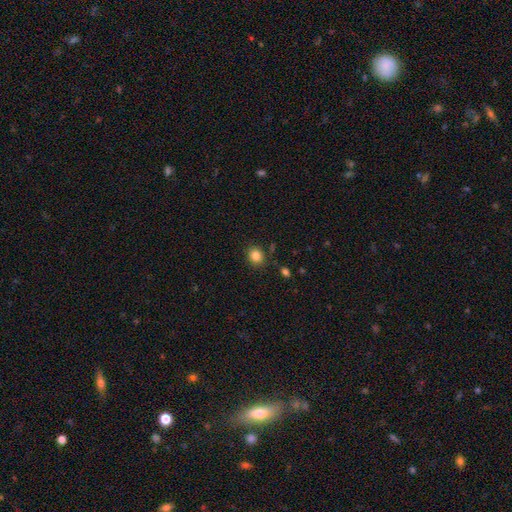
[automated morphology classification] The model was most divided on "how rounded": round: 76%, in between: 23%, cigar-shaped: 1%. More confident: merging — none (86%); smooth or featured — smooth (84%).